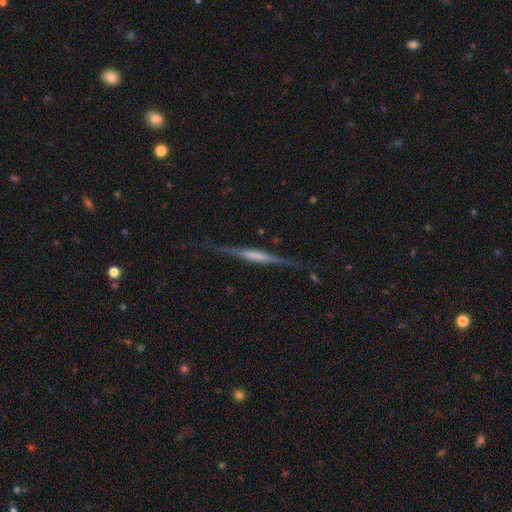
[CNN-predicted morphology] Smooth or featured: featured or disk — 73% (smooth — 20%)
Edge-on disk: yes — 97% (no — 3%)
Edge-on bulge: boxy — 44% (none — 30%)
Merging: none — 83% (minor disturbance — 12%)